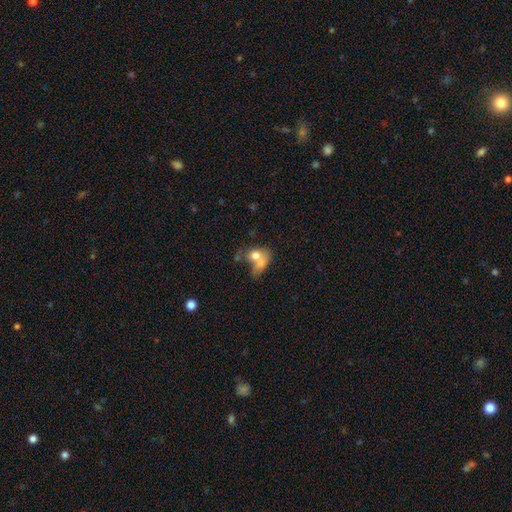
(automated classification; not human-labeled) A smooth galaxy with no disk features (69%) that is in between round and cigar-shaped (59%). Merging: merger (65%).